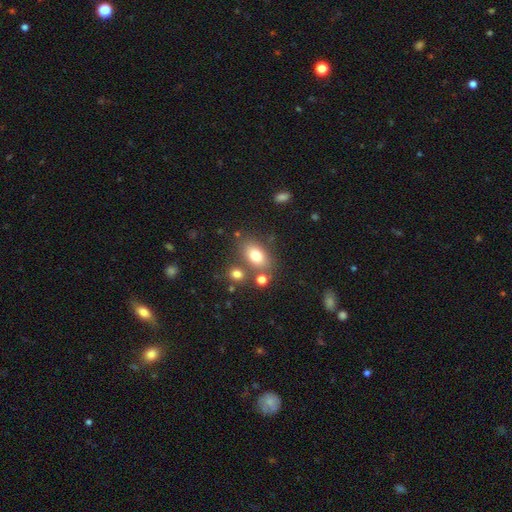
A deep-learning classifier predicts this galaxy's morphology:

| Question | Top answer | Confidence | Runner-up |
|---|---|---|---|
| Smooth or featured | smooth | 77% | featured or disk (13%) |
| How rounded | in between | 84% | round (13%) |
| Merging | none | 69% | merger (14%) |